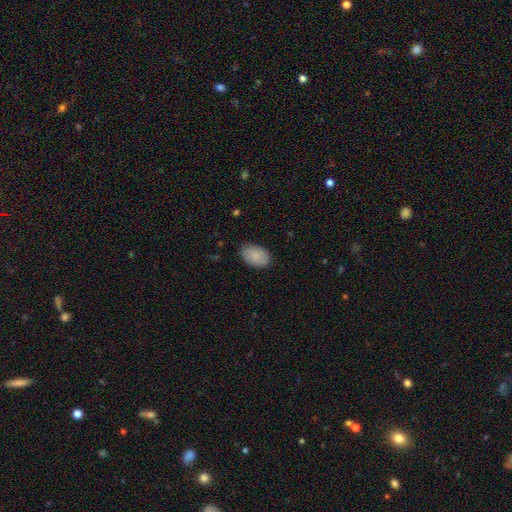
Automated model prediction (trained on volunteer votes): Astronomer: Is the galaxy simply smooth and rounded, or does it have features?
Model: smooth — 88%.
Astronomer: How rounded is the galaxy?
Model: in between — 88%.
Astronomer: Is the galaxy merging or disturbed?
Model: none — 84%.